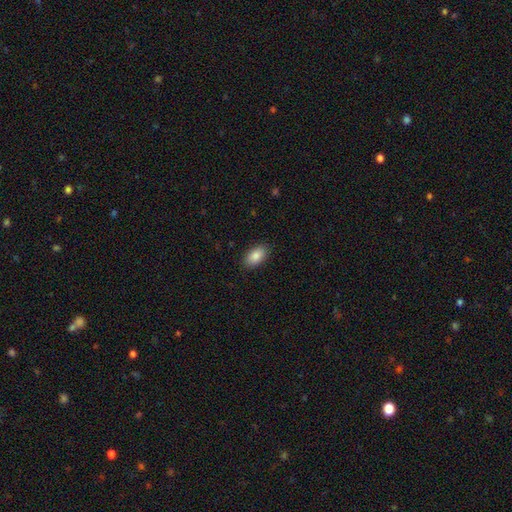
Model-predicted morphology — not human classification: Smooth or featured: smooth — 87% (star or artifact — 7%)
How rounded: in between — 94% (round — 5%)
Merging: none — 89% (minor disturbance — 8%)